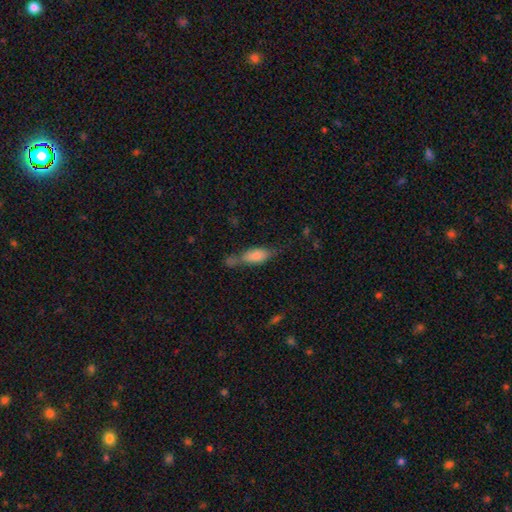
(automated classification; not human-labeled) Overall: smooth (76%). How rounded: in between (72%). Merging: none (33%; merger 30%).